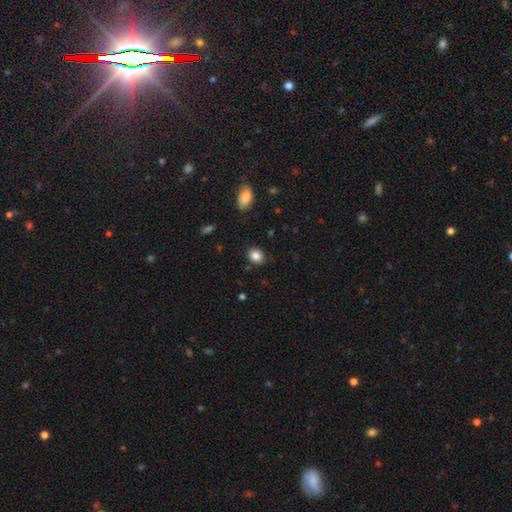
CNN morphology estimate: Overall: smooth (86%). How rounded: in between (52%; round 47%). Merging: none (86%).